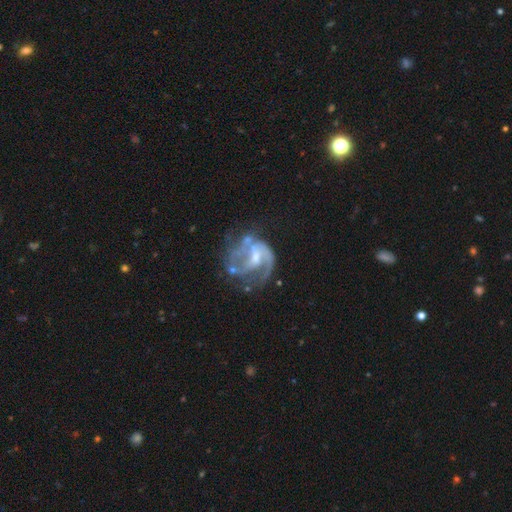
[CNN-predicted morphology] A featured or disk galaxy (82%) with a weak bar (49%), 2 (43%) medium (47%) spiral arms (85%) and a small central bulge (44%). Merging: none (40%).